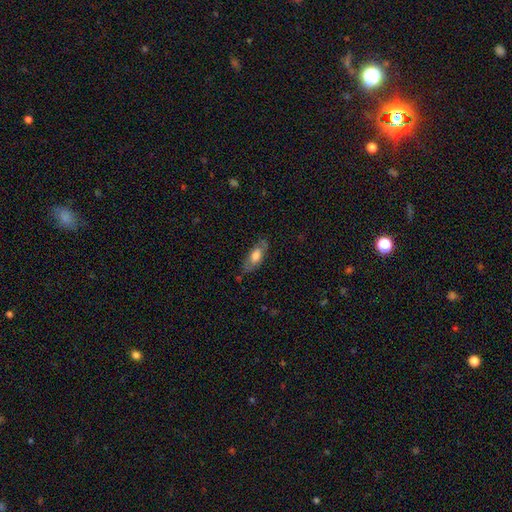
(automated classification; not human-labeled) smooth_or_featured: smooth (p=0.58) [alt: featured or disk p=0.36]
how_rounded: in between (p=0.79) [alt: cigar-shaped p=0.19]
merging: none (p=0.69) [alt: minor disturbance p=0.22]